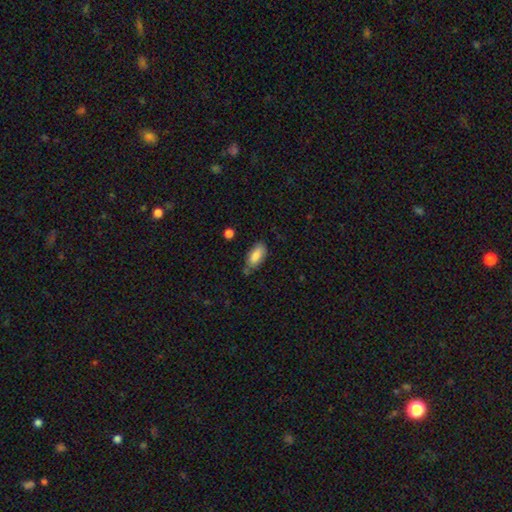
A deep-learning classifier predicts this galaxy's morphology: Smooth or featured? Predicted: smooth (p=0.83). How rounded? Predicted: in between (p=0.88). Merging? Predicted: none (p=0.59).